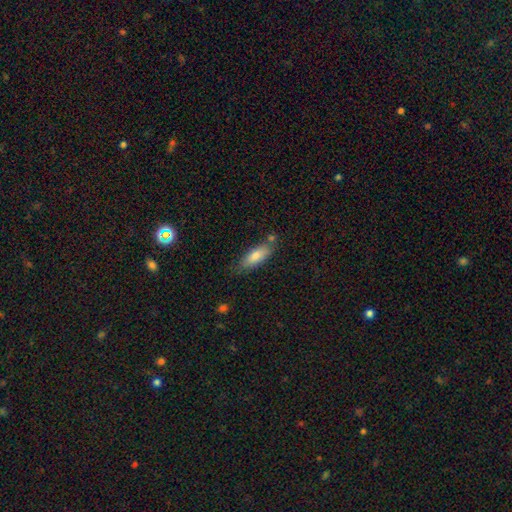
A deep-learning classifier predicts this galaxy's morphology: Smooth or featured: smooth — 80% (featured or disk — 14%)
How rounded: in between — 66% (cigar-shaped — 32%)
Merging: none — 70% (minor disturbance — 18%)